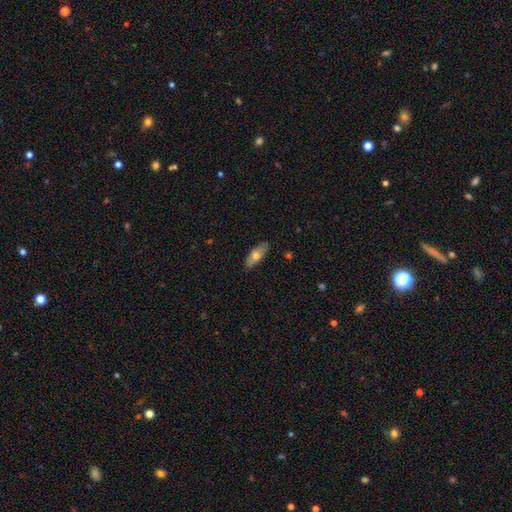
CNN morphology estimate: smooth-or-featured: smooth: 62% | featured or disk: 32% | star or artifact: 6%
  how-rounded: in between: 68% | cigar-shaped: 29% | round: 3%
  merging: none: 86% | minor disturbance: 11% | major disturbance: 2% | merger: 1%